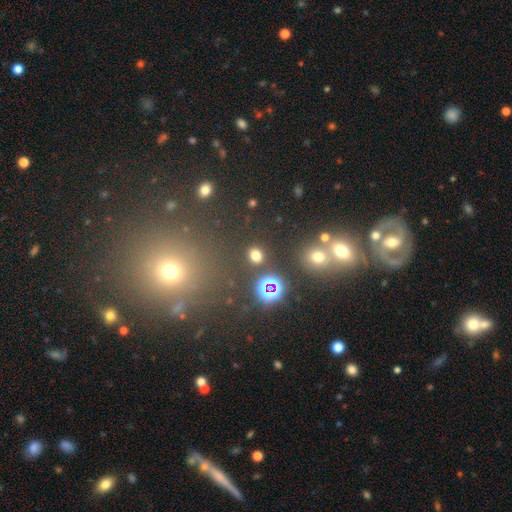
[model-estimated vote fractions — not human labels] Overall: smooth (70%). How rounded: round (73%). Merging: none (86%).